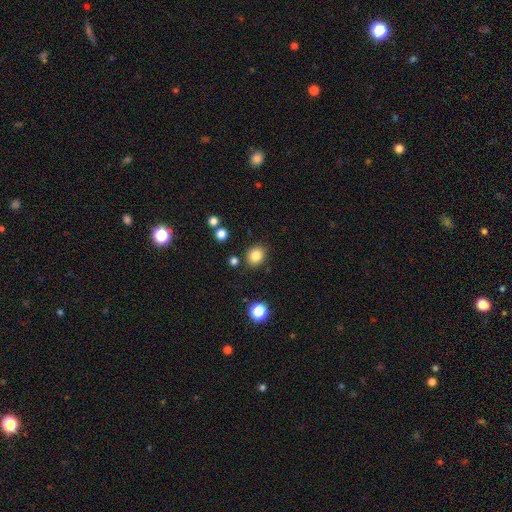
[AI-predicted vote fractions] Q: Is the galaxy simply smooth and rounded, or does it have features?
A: smooth — 83%.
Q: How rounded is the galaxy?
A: round — 70%.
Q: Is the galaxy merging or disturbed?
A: none — 84%.